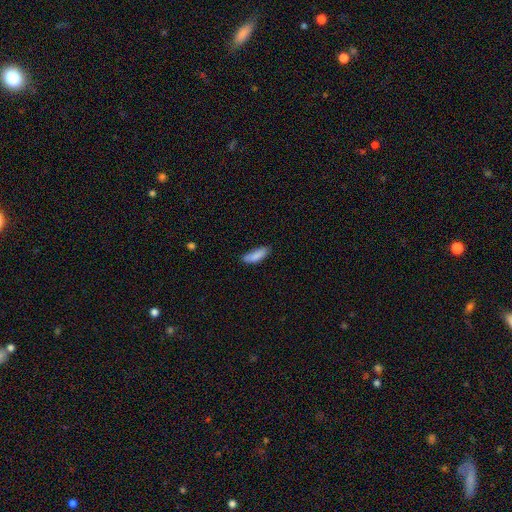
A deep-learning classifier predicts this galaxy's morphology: Overall: smooth (87%). How rounded: in between (56%; cigar-shaped 43%). Merging: none (72%).